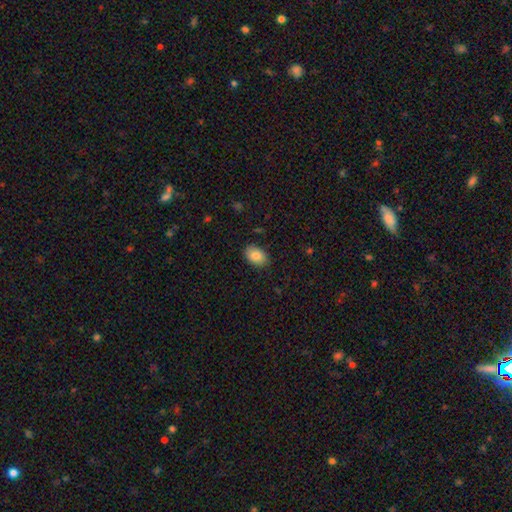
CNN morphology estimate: smooth_or_featured: smooth (p=0.86) [alt: star or artifact p=0.07]
how_rounded: in between (p=0.88) [alt: round p=0.11]
merging: none (p=0.85) [alt: minor disturbance p=0.11]